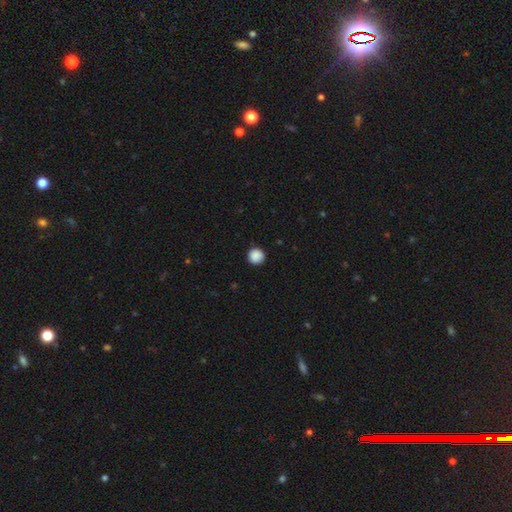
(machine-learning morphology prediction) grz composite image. It shows a smooth galaxy with no disk features (89%) that is round (95%). Merging: none (91%).